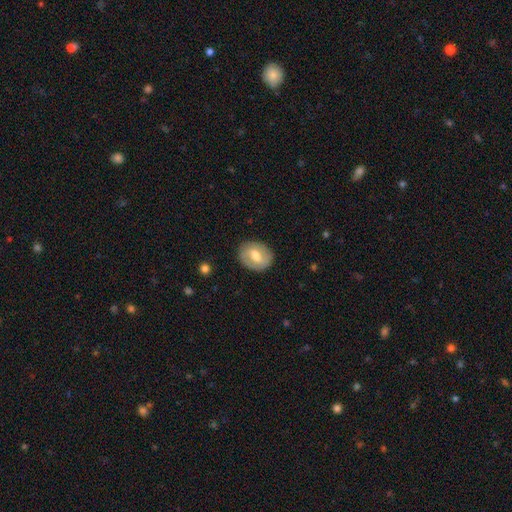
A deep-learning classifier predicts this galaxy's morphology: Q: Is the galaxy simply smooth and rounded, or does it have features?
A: featured or disk — 51%.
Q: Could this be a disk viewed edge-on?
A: no — 95%.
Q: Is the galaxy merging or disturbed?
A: none — 84%.